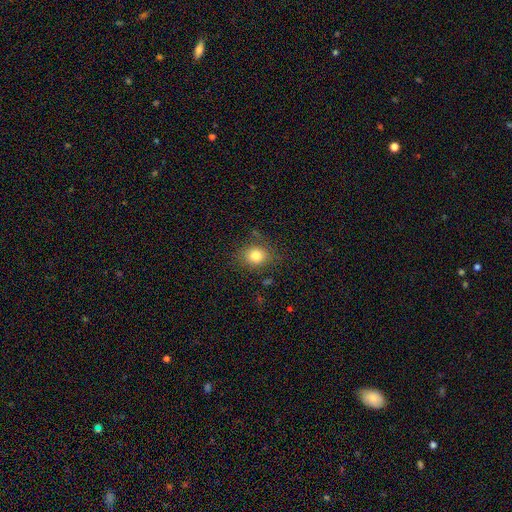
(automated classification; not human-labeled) Smooth or featured?
  - smooth: 80% *
  - star or artifact: 12%
  - featured or disk: 8%
How rounded?
  - round: 66% *
  - in between: 33%
  - cigar-shaped: 1%
Merging?
  - none: 78% *
  - minor disturbance: 15%
  - major disturbance: 5%
  - merger: 2%